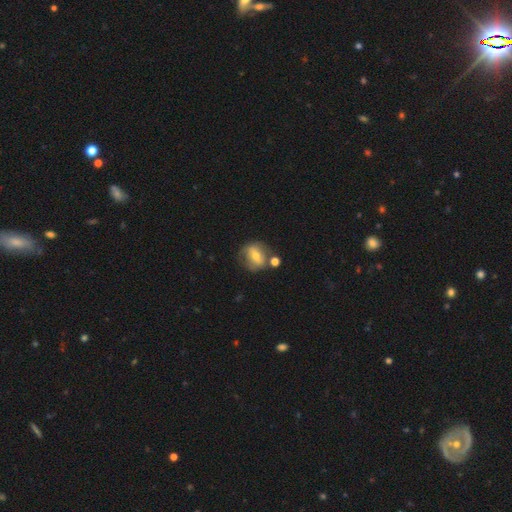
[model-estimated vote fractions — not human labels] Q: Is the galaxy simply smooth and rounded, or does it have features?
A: smooth — 47%.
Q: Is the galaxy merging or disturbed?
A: none — 56%.